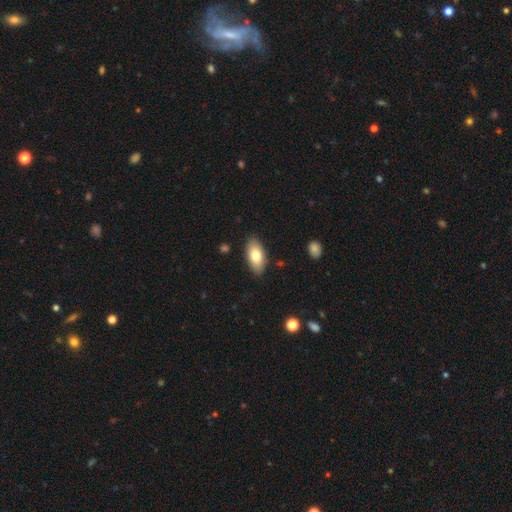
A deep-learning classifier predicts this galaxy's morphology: smooth-or-featured: smooth: 77% | featured or disk: 16% | star or artifact: 6%
  how-rounded: in between: 91% | cigar-shaped: 6% | round: 3%
  merging: none: 86% | minor disturbance: 10% | major disturbance: 2% | merger: 2%